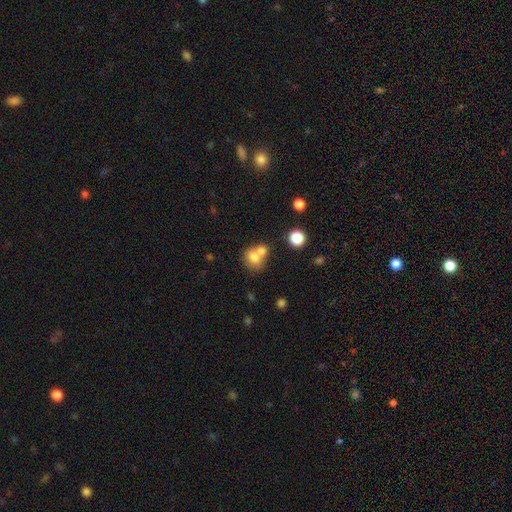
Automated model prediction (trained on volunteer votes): Smooth or featured?
  - smooth: 74% *
  - featured or disk: 15%
  - star or artifact: 11%
How rounded?
  - round: 58% *
  - in between: 41%
  - cigar-shaped: 1%
Merging?
  - merger: 54% *
  - none: 34%
  - minor disturbance: 8%
  - major disturbance: 4%